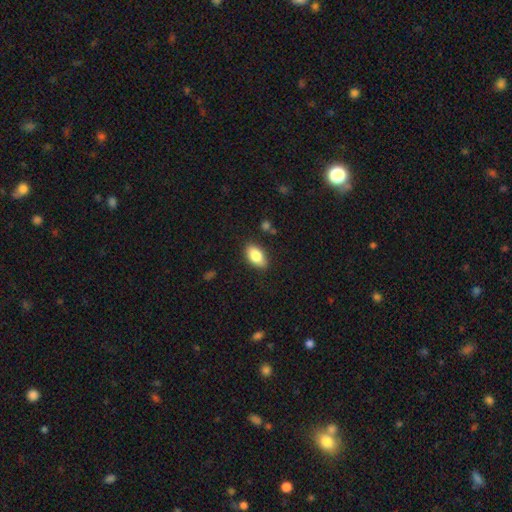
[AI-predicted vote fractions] Morphology: type=smooth (84%); roundness=in between (92%); merging=none (86%).